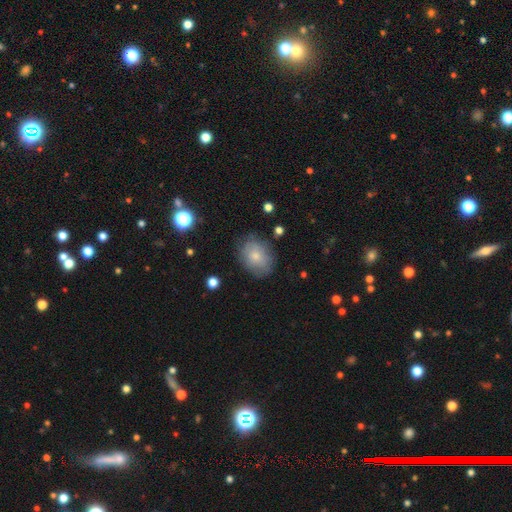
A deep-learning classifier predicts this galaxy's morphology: This is likely a smooth galaxy (71%). How rounded: possibly in between (57%). Merging: likely none (72%).